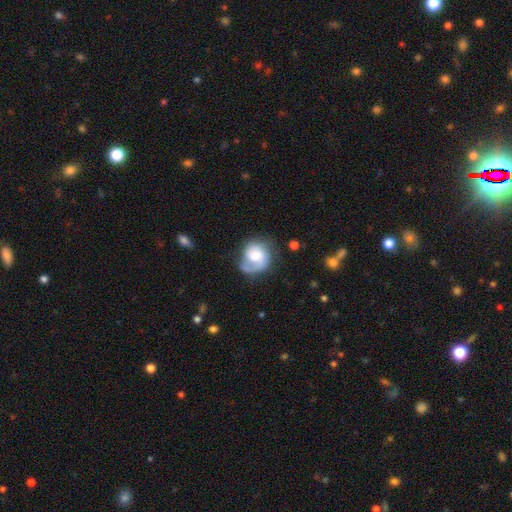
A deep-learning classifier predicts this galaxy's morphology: This appears to be a featured or disk galaxy (60%) with no bar (70%), 1 (68%) tight (40%) spiral arms (87%) and a moderate central bulge (43%). Merging: none (53%).